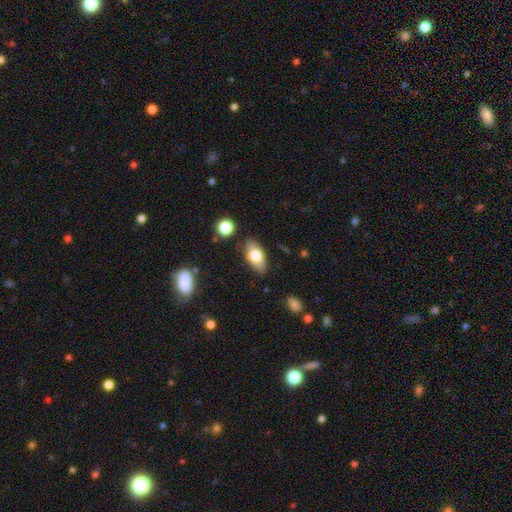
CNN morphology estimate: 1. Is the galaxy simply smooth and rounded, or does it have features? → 70% smooth, 22% featured or disk, 7% star or artifact.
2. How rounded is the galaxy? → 87% in between, 9% cigar-shaped, 4% round.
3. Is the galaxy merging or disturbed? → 81% none, 13% minor disturbance, 3% major disturbance, 3% merger.